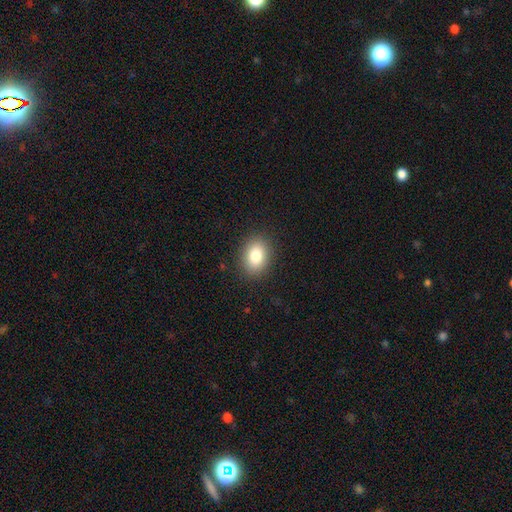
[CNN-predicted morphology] This is clearly a smooth galaxy (83%). How rounded: likely in between (68%). Merging: clearly none (88%).